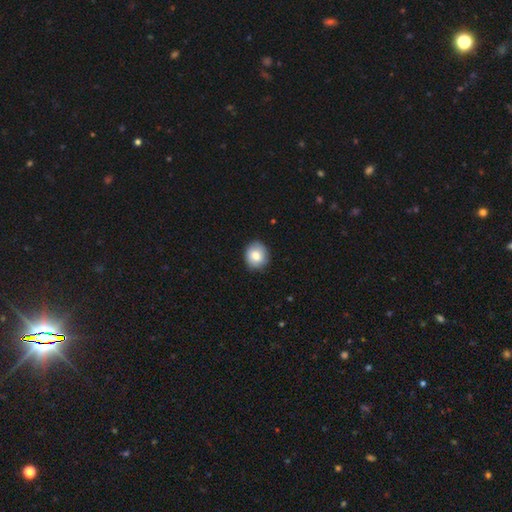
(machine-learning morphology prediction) Q: Smooth or featured?
A: smooth (79%); runner-up: featured or disk (13%)
Q: How rounded?
A: round (77%); runner-up: in between (22%)
Q: Merging?
A: none (85%); runner-up: minor disturbance (12%)